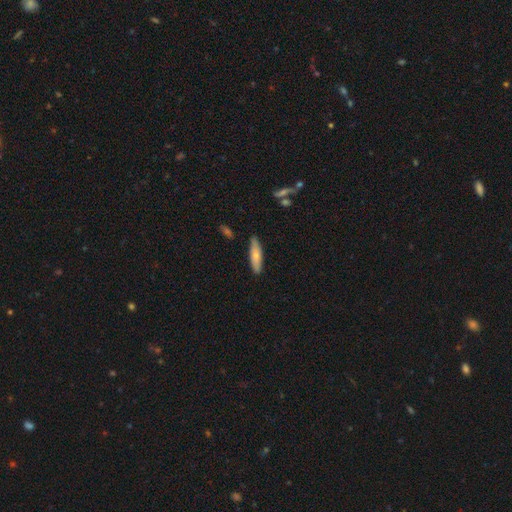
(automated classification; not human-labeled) This is likely a smooth galaxy (70%). How rounded: likely cigar-shaped (69%). Merging: clearly none (85%).